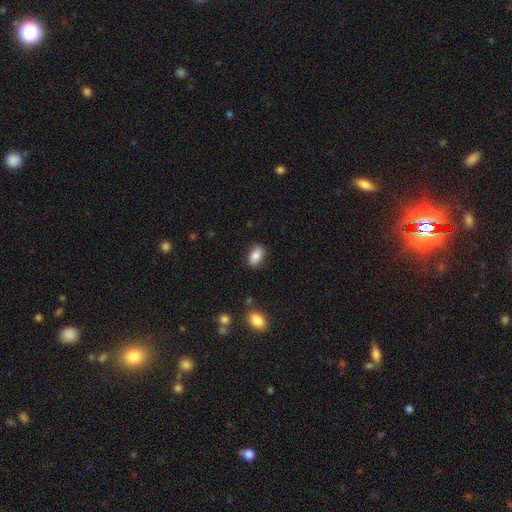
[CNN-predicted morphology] smooth-or-featured: smooth: 84% | featured or disk: 8% | star or artifact: 7%
  how-rounded: in between: 90% | round: 8% | cigar-shaped: 2%
  merging: none: 85% | minor disturbance: 11% | major disturbance: 3% | merger: 2%